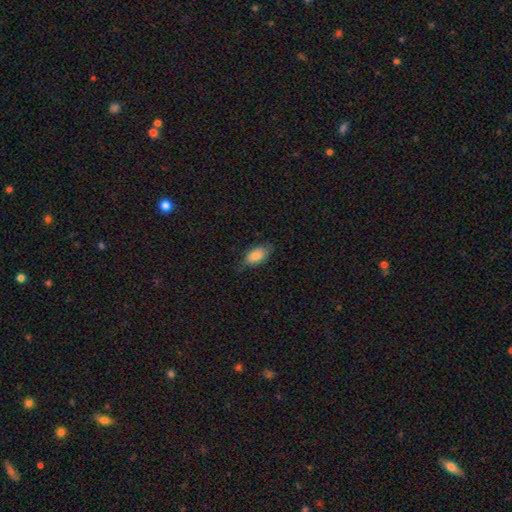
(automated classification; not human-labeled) This is clearly a smooth galaxy (81%). How rounded: clearly in between (91%). Merging: likely none (67%).